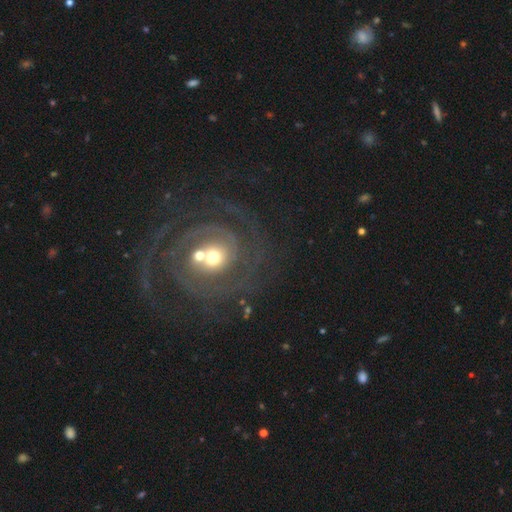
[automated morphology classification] Smooth or featured? Predicted: featured or disk (p=0.83). Edge-on disk? Predicted: no (p=0.96). Bar? Predicted: weak (p=0.38). Spiral arms? Predicted: yes (p=0.93). Spiral winding? Predicted: tight (p=0.67). Spiral arm count? Predicted: 2 (p=0.34). Bulge size? Predicted: moderate (p=0.57). Merging? Predicted: none (p=0.76).